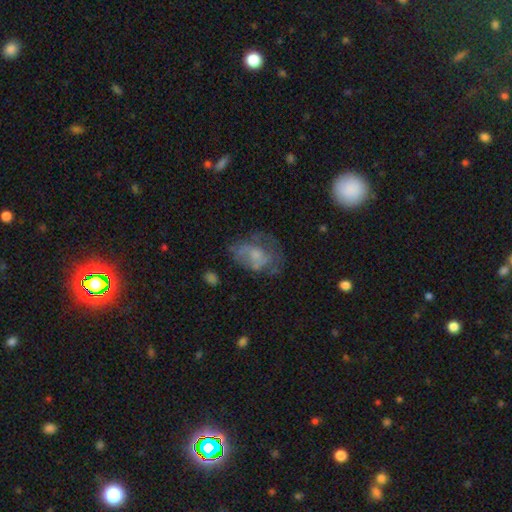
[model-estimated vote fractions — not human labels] smooth_or_featured: featured or disk (p=0.47) [alt: smooth p=0.42]
merging: none (p=0.43) [alt: major disturbance p=0.29]